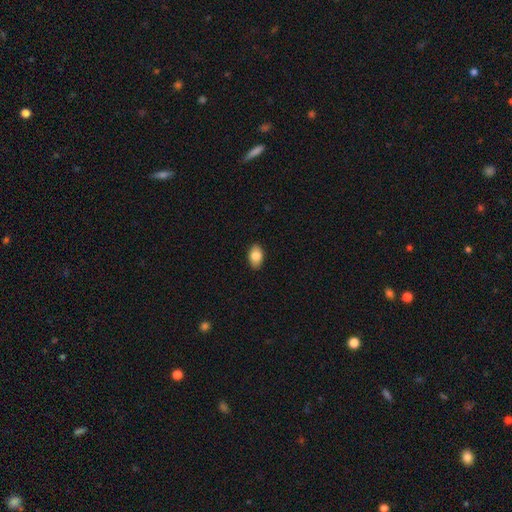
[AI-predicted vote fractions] Smooth or featured: smooth — 86% (featured or disk — 7%)
How rounded: in between — 89% (round — 9%)
Merging: none — 89% (minor disturbance — 8%)